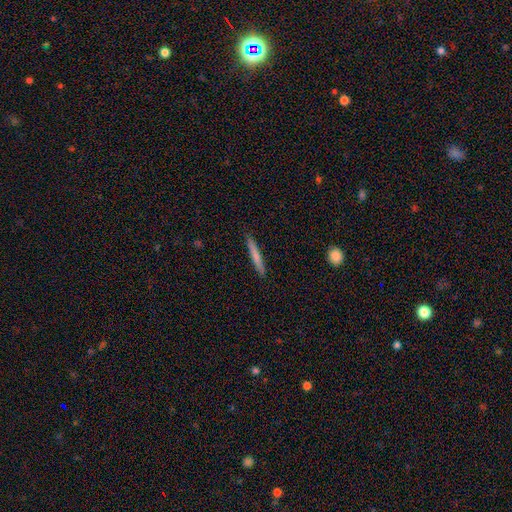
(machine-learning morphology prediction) Overall: smooth (70%). How rounded: cigar-shaped (96%). Merging: none (91%).